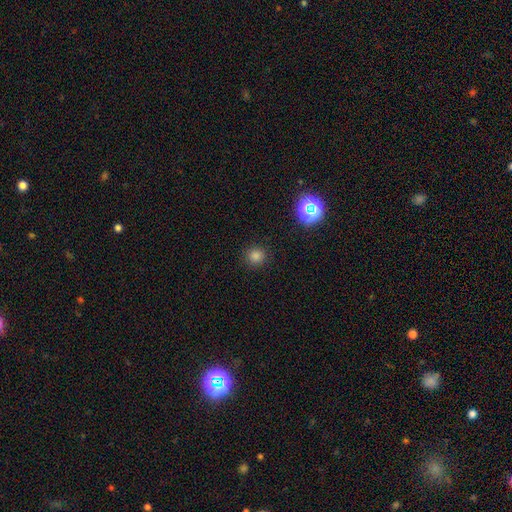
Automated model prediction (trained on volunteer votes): Smooth or featured?
  - smooth: 78% *
  - star or artifact: 17%
  - featured or disk: 4%
How rounded?
  - round: 93% *
  - in between: 6%
  - cigar-shaped: 1%
Merging?
  - none: 89% *
  - minor disturbance: 7%
  - major disturbance: 3%
  - merger: 1%